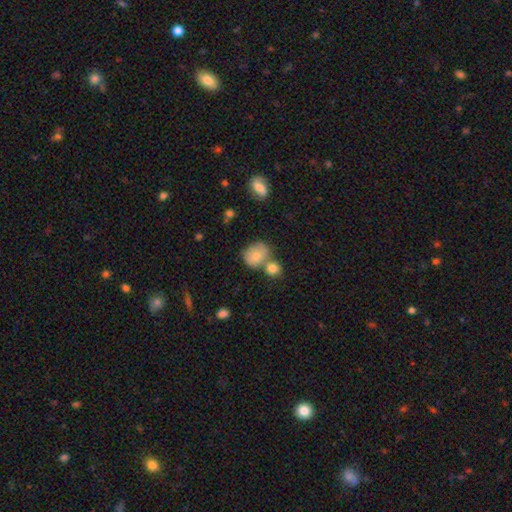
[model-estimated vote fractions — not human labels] This is likely a smooth galaxy (75%). How rounded: possibly round (59%). Merging: marginally none (43%).